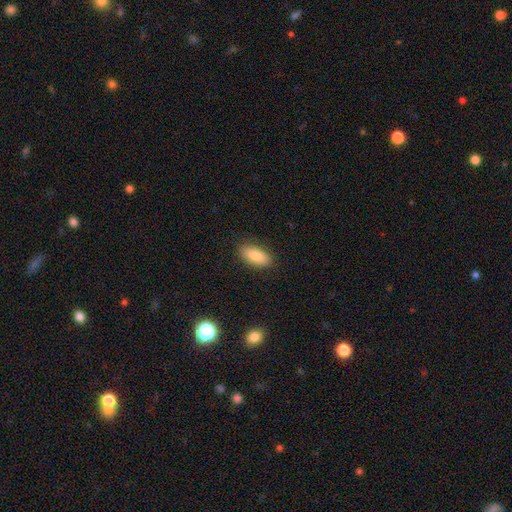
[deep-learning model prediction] Q: Smooth or featured?
A: smooth (83%); runner-up: featured or disk (9%)
Q: How rounded?
A: in between (89%); runner-up: cigar-shaped (8%)
Q: Merging?
A: none (87%); runner-up: minor disturbance (10%)